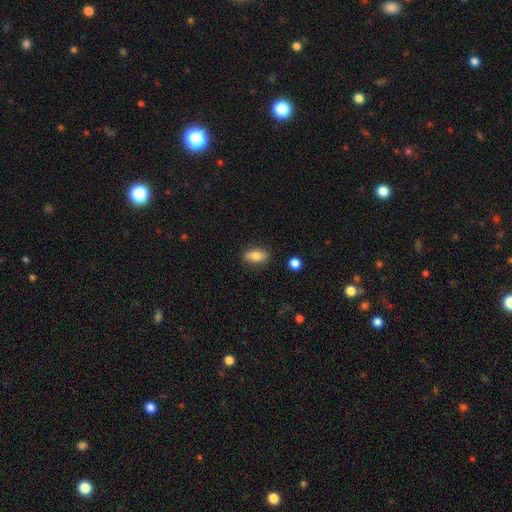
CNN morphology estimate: smooth-or-featured: smooth: 80% | featured or disk: 12% | star or artifact: 8%
  how-rounded: in between: 86% | round: 7% | cigar-shaped: 7%
  merging: none: 86% | minor disturbance: 10% | major disturbance: 2% | merger: 2%